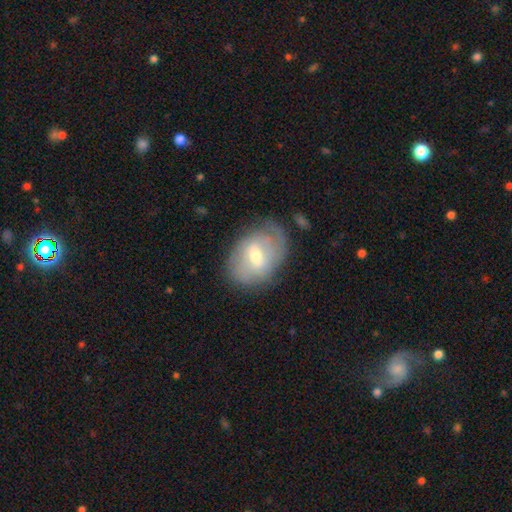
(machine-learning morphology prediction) This is likely a featured or disk galaxy (64%). It is clearly not viewed edge-on (94%). Bar: possibly weak (55%). Spiral arm pattern: likely yes (74%). Central bulge: likely moderate (61%). Merging: likely none (71%).